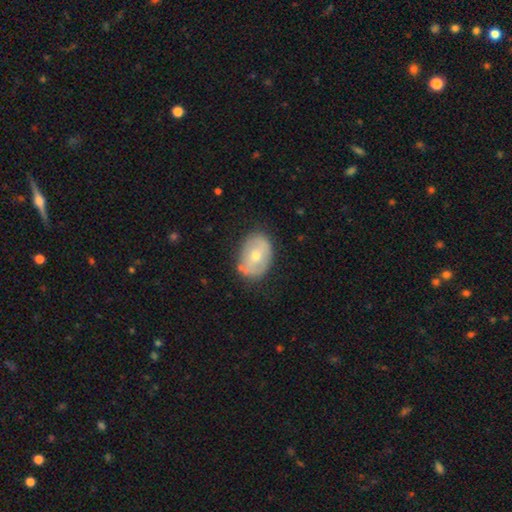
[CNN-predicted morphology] Smooth or featured?
  - smooth: 48% *
  - featured or disk: 44%
  - star or artifact: 7%
Merging?
  - none: 72% *
  - minor disturbance: 22%
  - major disturbance: 5%
  - merger: 2%